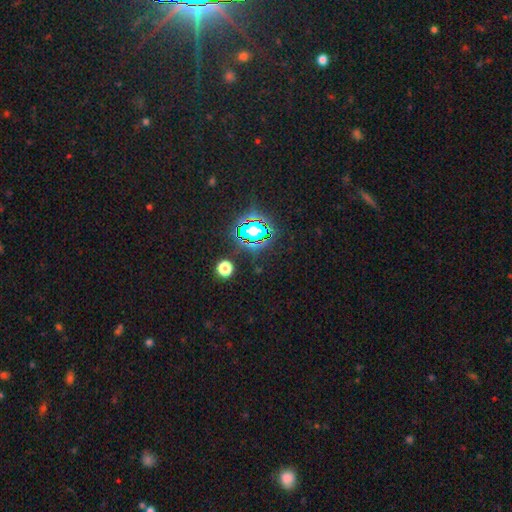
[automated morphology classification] A star or artifact, not a galaxy (81%).